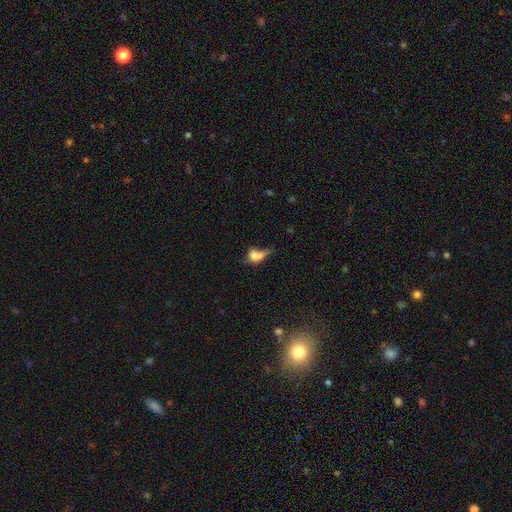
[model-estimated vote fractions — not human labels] The model was most divided on "merging": merger: 33%, major disturbance: 27%, none: 22%, minor disturbance: 18%. More confident: smooth or featured — smooth (62%); how rounded — in between (60%).